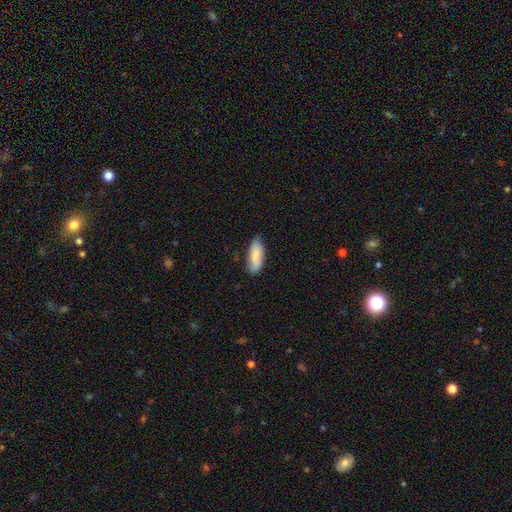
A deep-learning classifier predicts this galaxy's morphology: The model was most divided on "merging": none: 73%, minor disturbance: 22%, major disturbance: 3%, merger: 2%. More confident: how rounded — in between (79%); smooth or featured — smooth (79%).